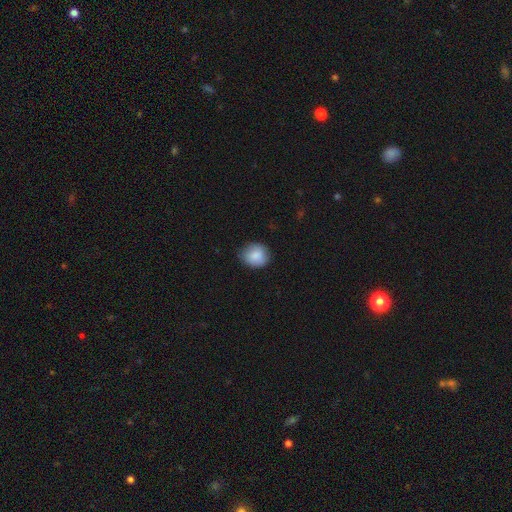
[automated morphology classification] smooth 86%, star or artifact 7%, featured or disk 7%. Down the decision tree: how rounded — round (73%); merging — none (80%).